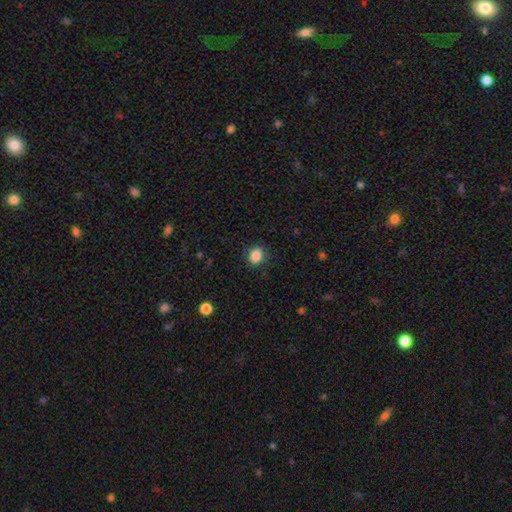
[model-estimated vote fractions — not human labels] This appears to be a smooth galaxy with no disk features (87%) that is round (50%). Merging: none (86%).